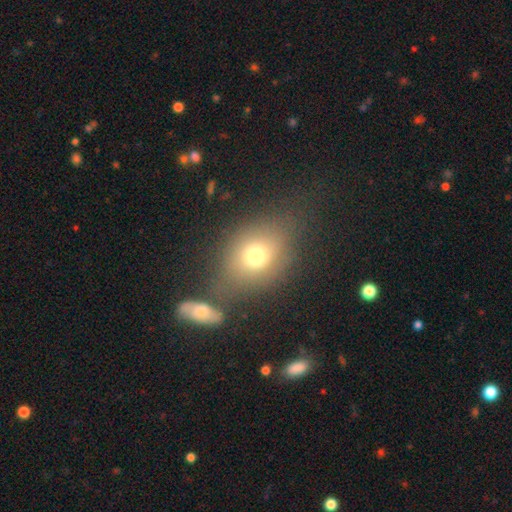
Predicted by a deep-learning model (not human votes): Overall: smooth (71%). How rounded: in between (53%; round 44%). Merging: none (63%).